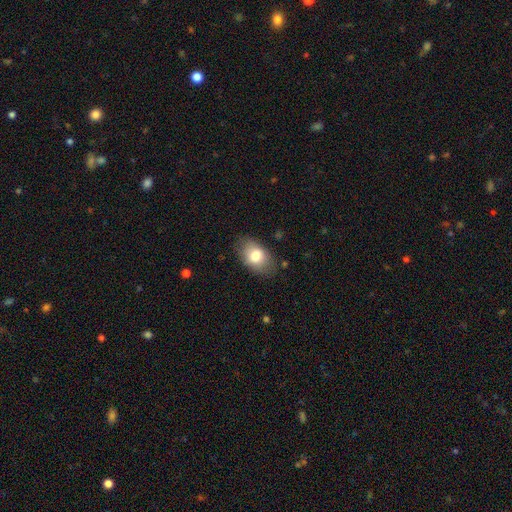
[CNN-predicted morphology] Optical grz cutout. It shows a smooth galaxy with no disk features (78%) that is in between round and cigar-shaped (86%). Merging: none (79%).